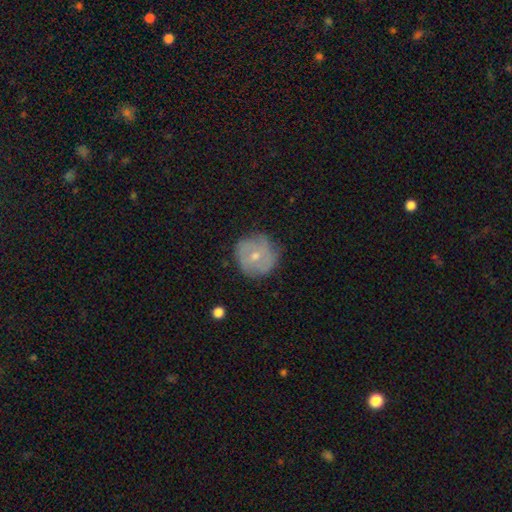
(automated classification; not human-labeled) smooth_or_featured: featured or disk (p=0.47) [alt: smooth p=0.45]
merging: none (p=0.69) [alt: minor disturbance p=0.23]